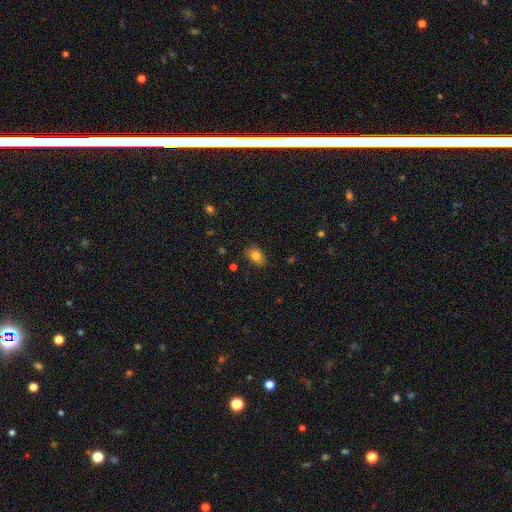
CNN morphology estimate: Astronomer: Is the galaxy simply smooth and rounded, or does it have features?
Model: smooth — 81%.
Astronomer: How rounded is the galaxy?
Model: in between — 81%.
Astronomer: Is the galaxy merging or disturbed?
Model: none — 80%.